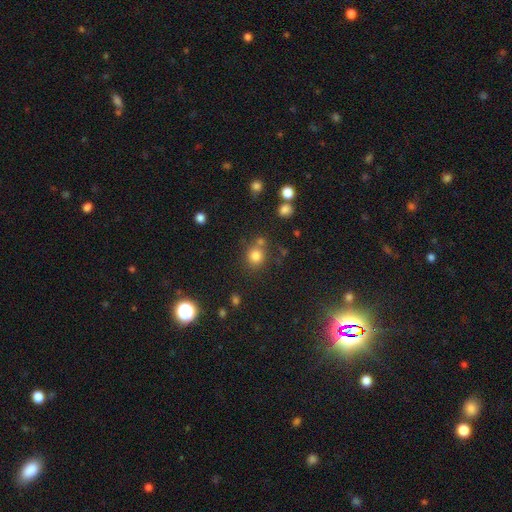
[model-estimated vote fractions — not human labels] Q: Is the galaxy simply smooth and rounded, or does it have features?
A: smooth — 80%.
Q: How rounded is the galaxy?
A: round — 85%.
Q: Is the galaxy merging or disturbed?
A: none — 68%.